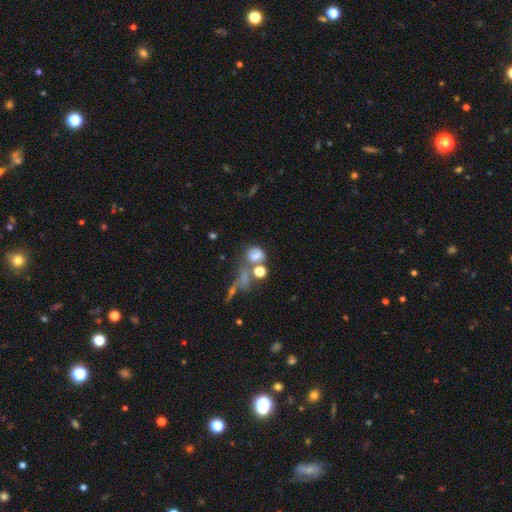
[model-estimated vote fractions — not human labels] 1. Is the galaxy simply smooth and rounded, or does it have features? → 62% smooth, 20% featured or disk, 19% star or artifact.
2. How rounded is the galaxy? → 58% round, 40% in between, 2% cigar-shaped.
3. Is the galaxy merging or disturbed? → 37% merger, 33% none, 16% major disturbance, 14% minor disturbance.